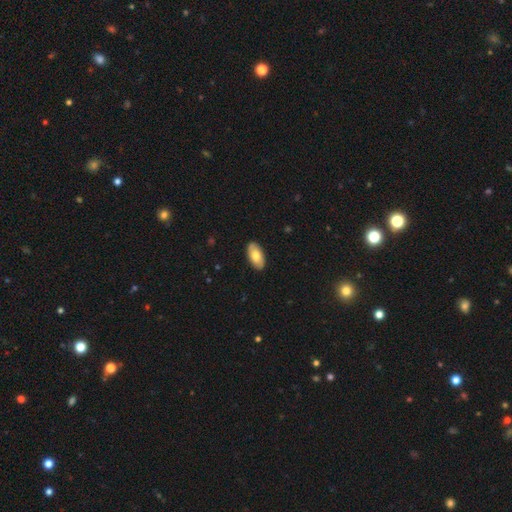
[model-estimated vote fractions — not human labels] A smooth galaxy with no disk features (75%) that is in between round and cigar-shaped (94%). Merging: none (89%).